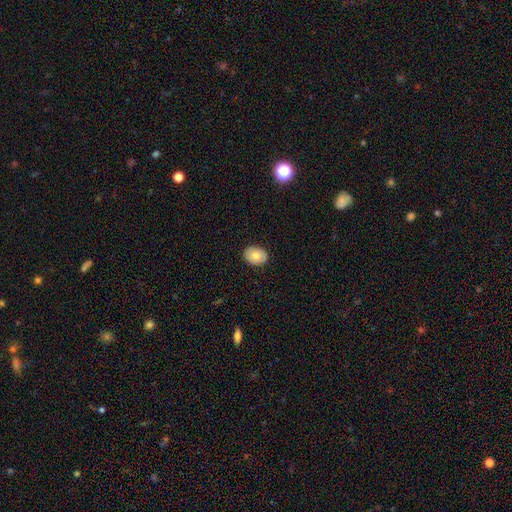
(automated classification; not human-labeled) smooth_or_featured: smooth (p=0.75) [alt: featured or disk p=0.18]
how_rounded: in between (p=0.63) [alt: round p=0.36]
merging: none (p=0.89) [alt: minor disturbance p=0.09]